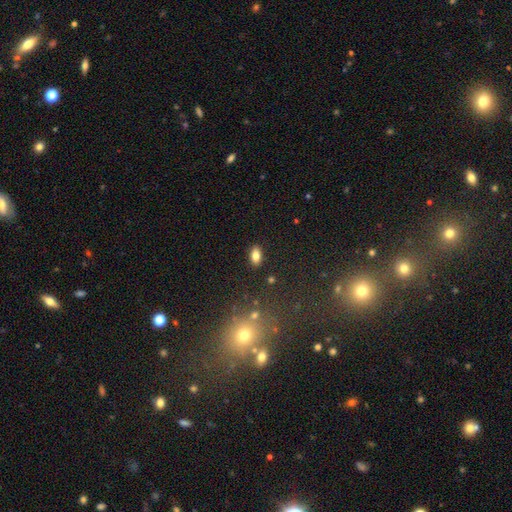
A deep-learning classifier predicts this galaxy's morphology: smooth_or_featured: smooth (p=0.81) [alt: star or artifact p=0.11]
how_rounded: in between (p=0.90) [alt: round p=0.07]
merging: none (p=0.87) [alt: minor disturbance p=0.09]